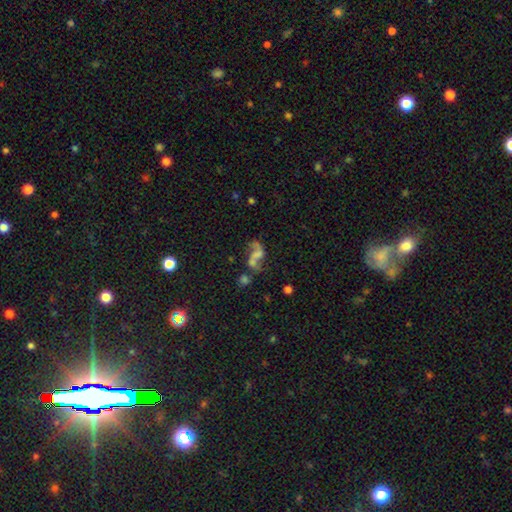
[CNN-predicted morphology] A featured or disk galaxy (60%) with no bar (54%), spiral arms (75%) and no central bulge (52%).

Vote fractions:
- Smooth or featured? featured or disk: 60% / smooth: 24% / star or artifact: 16%
- Edge-on disk? no: 97% / yes: 3%
- Bar? no: 54% / weak: 33% / strong: 13%
- Spiral arms? yes: 75% / no: 25%
- Bulge size? none: 52% / small: 23% / moderate: 17% / large: 6% / dominant: 2%
- Merging? merger: 34% / none: 29% / major disturbance: 23% / minor disturbance: 14%